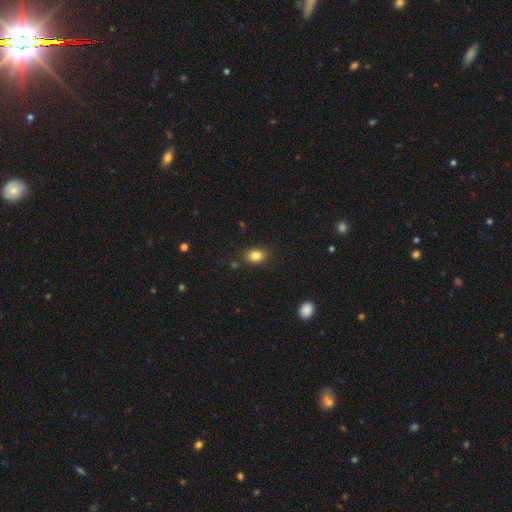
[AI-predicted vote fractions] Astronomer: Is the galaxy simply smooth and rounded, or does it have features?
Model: smooth — 83%.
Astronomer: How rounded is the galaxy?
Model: in between — 73%.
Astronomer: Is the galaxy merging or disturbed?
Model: none — 83%.